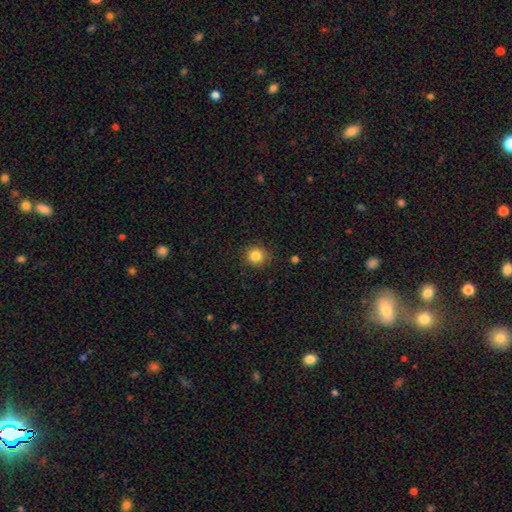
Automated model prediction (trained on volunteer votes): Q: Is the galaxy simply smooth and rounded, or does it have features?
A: smooth — 84%.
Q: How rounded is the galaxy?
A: round — 91%.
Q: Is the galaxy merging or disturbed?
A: none — 89%.